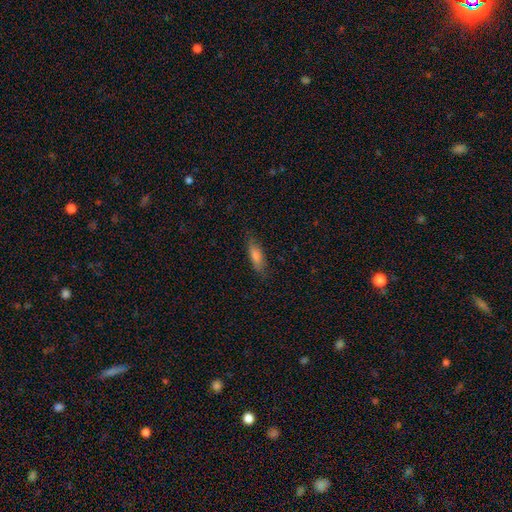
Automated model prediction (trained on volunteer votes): Morphology: type=smooth (73%); roundness=cigar-shaped (51%); merging=none (82%).